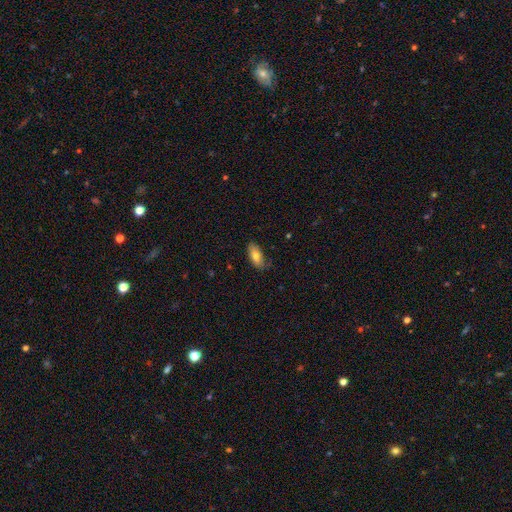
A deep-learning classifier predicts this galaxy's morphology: Smooth or featured?
  - smooth: 77% *
  - featured or disk: 16%
  - star or artifact: 7%
How rounded?
  - in between: 85% *
  - cigar-shaped: 13%
  - round: 3%
Merging?
  - none: 71% *
  - minor disturbance: 23%
  - major disturbance: 4%
  - merger: 1%